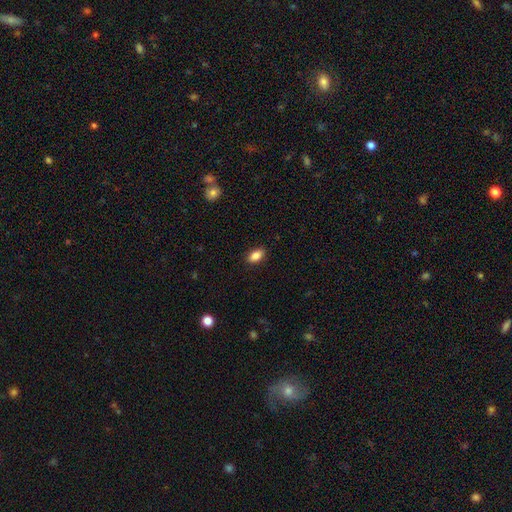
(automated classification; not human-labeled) Q: Smooth or featured?
A: smooth (86%); runner-up: star or artifact (8%)
Q: How rounded?
A: in between (90%); runner-up: round (7%)
Q: Merging?
A: none (88%); runner-up: minor disturbance (9%)